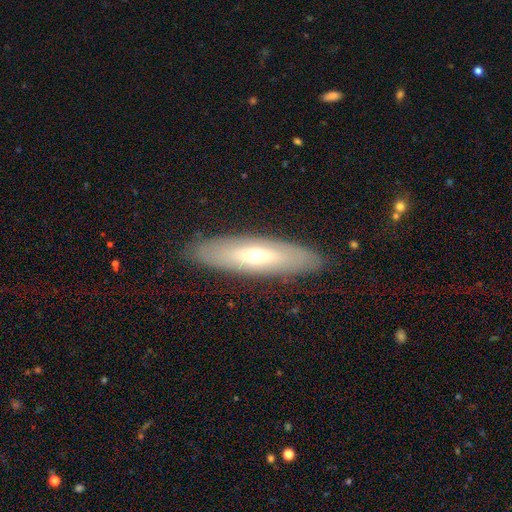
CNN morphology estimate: smooth_or_featured: featured or disk (p=0.54) [alt: smooth p=0.38]
disk_edge_on: yes (p=0.51) [alt: no p=0.49]
merging: none (p=0.88) [alt: minor disturbance p=0.09]